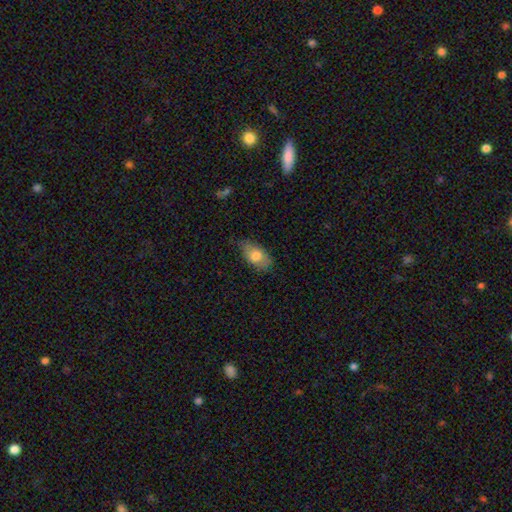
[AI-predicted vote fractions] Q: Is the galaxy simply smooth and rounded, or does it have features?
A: smooth — 76%.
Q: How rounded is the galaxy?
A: in between — 91%.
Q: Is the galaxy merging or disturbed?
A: none — 69%.